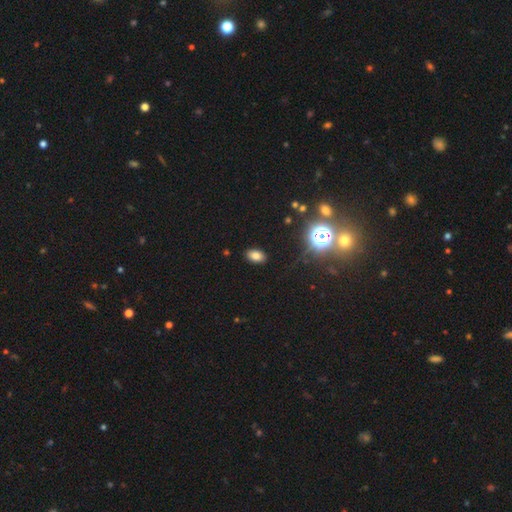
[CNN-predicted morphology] type=smooth (78%); roundness=in between (89%); merging=none (88%).